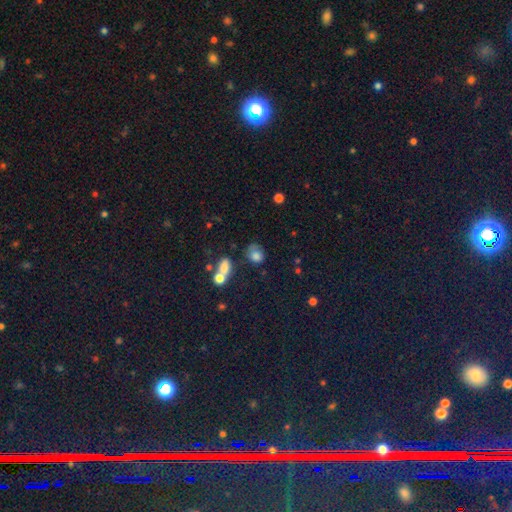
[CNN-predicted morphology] A smooth galaxy with no disk features (74%) that is in between round and cigar-shaped (51%). Merging: none (40%).